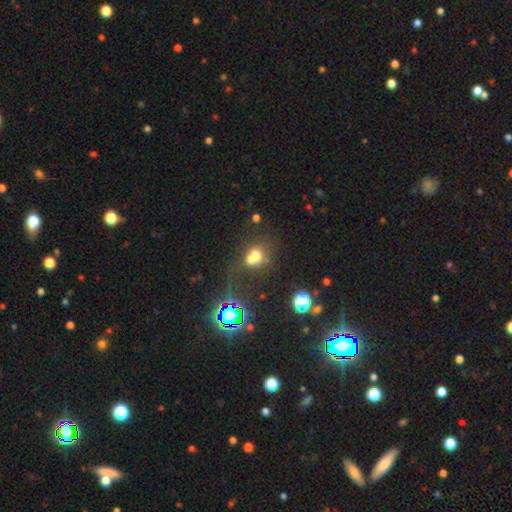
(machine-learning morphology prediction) smooth 58%, star or artifact 22%, featured or disk 21%. Down the decision tree: how rounded — round (69%); merging — merger (55%).